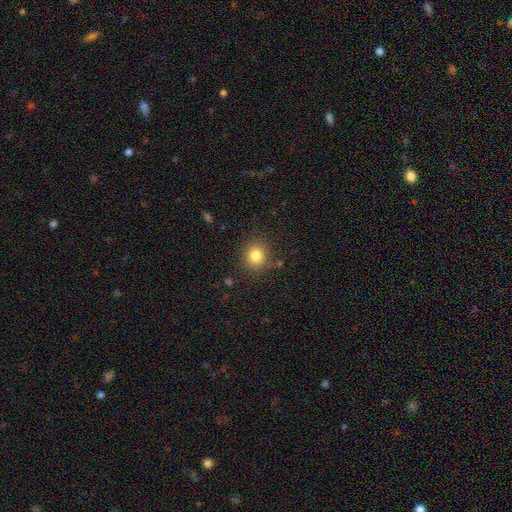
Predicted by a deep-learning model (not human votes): The model was most divided on "how rounded": round: 80%, in between: 19%, cigar-shaped: 1%. More confident: merging — none (84%); smooth or featured — smooth (82%).